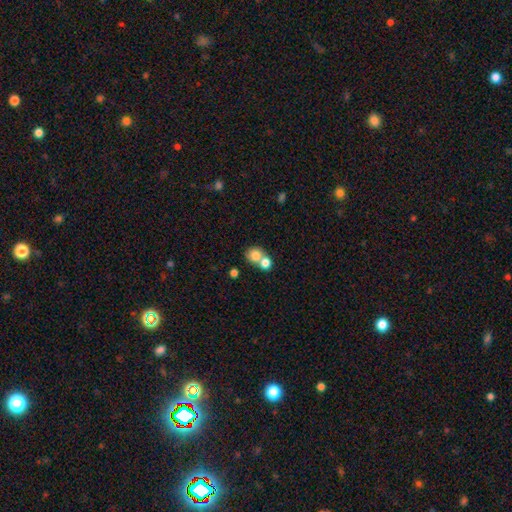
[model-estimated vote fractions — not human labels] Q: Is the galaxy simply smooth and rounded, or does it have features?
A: smooth — 78%.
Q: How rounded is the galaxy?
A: round — 79%.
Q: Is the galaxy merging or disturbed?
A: merger — 55%.